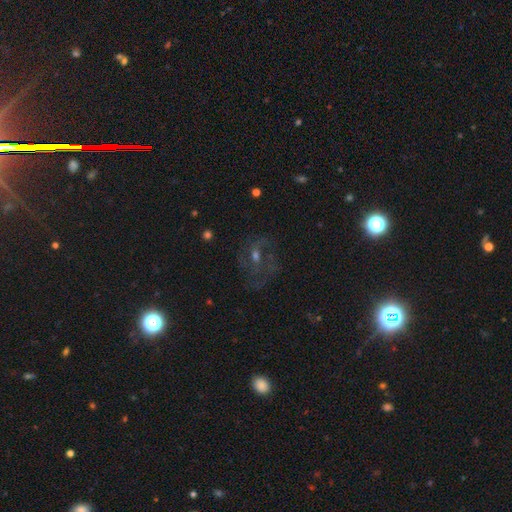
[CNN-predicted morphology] This is likely a featured or disk galaxy (60%). It is clearly not viewed edge-on (96%). Bar: possibly no (51%). Spiral arm pattern: likely yes (69%). Central bulge: possibly moderate (48%). Merging: possibly none (57%).